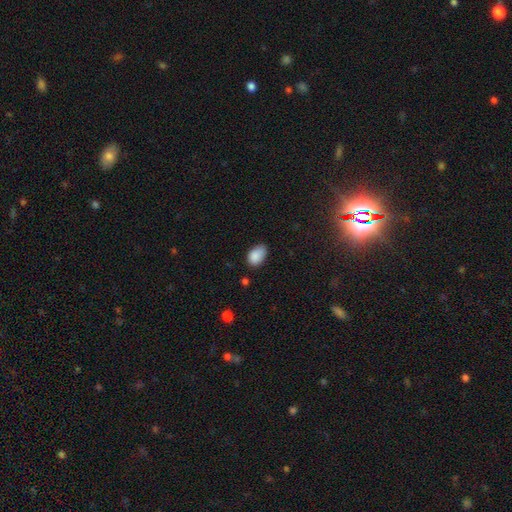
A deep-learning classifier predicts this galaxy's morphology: smooth_or_featured: smooth (p=0.88) [alt: star or artifact p=0.08]
how_rounded: in between (p=0.90) [alt: round p=0.09]
merging: none (p=0.65) [alt: minor disturbance p=0.29]